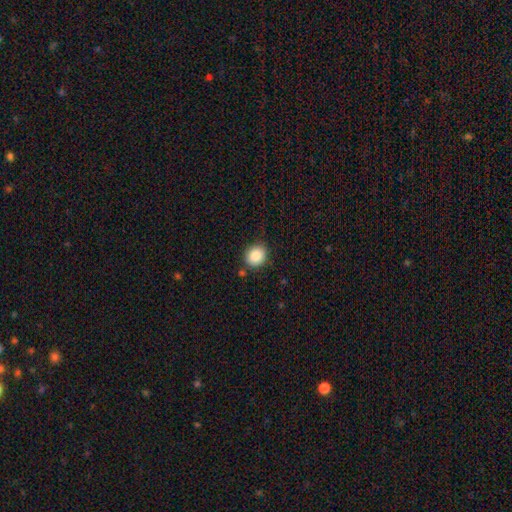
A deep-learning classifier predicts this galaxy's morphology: Q: Smooth or featured?
A: smooth (87%); runner-up: star or artifact (8%)
Q: How rounded?
A: round (72%); runner-up: in between (27%)
Q: Merging?
A: none (82%); runner-up: minor disturbance (11%)